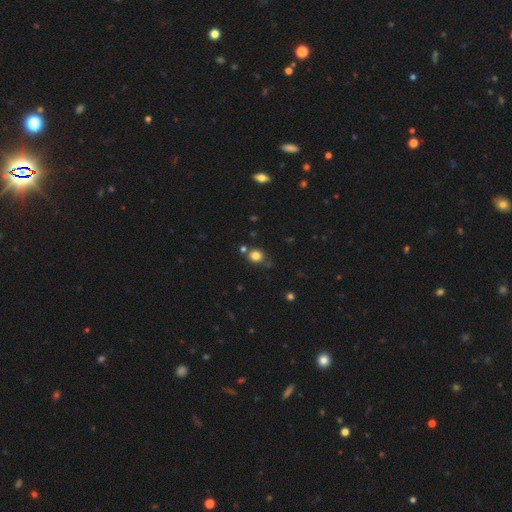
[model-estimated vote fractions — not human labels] Overall: smooth (81%). How rounded: round (79%). Merging: none (73%).